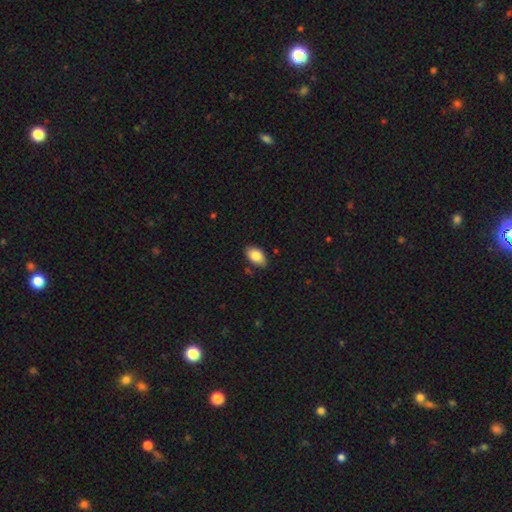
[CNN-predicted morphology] smooth_or_featured: smooth (p=0.83) [alt: featured or disk p=0.09]
how_rounded: in between (p=0.92) [alt: round p=0.06]
merging: none (p=0.82) [alt: minor disturbance p=0.14]